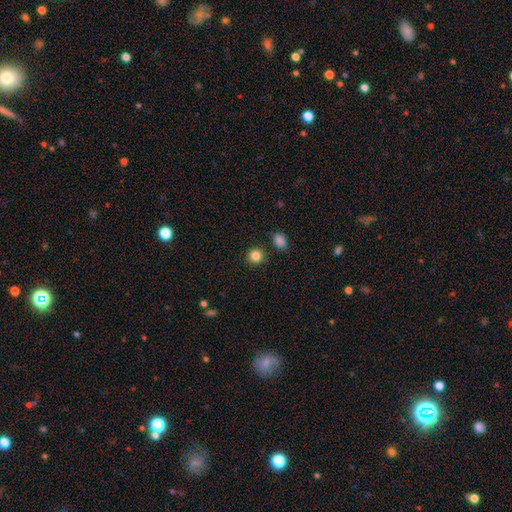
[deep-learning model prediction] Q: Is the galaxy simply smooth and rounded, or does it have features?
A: smooth — 85%.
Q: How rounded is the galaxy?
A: round — 90%.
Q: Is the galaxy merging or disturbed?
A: none — 87%.